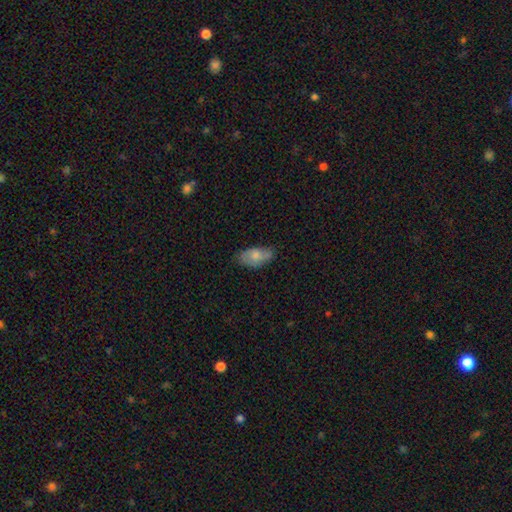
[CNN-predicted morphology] Smooth or featured? smooth (69%)
How rounded? in between (93%)
Merging? none (66%)